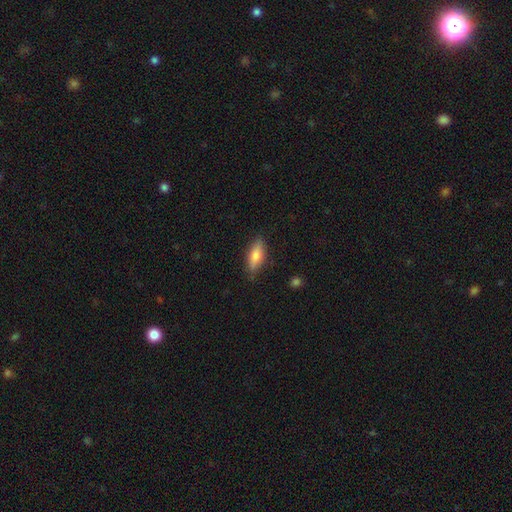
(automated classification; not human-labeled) This appears to be a smooth galaxy with no disk features (72%) that is in between round and cigar-shaped (67%). Merging: none (81%).